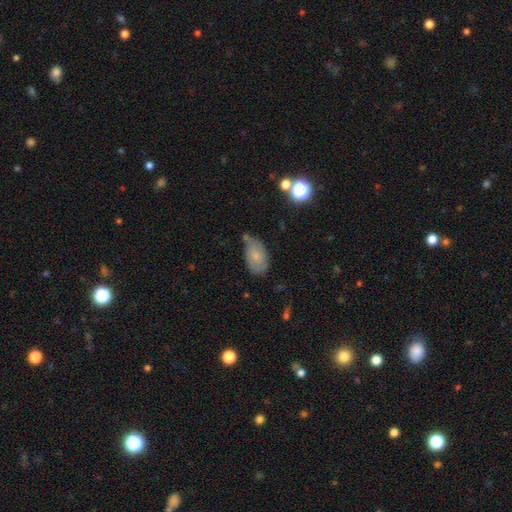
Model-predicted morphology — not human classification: A smooth galaxy with no disk features (62%) that is in between round and cigar-shaped (89%). Merging: none (46%).